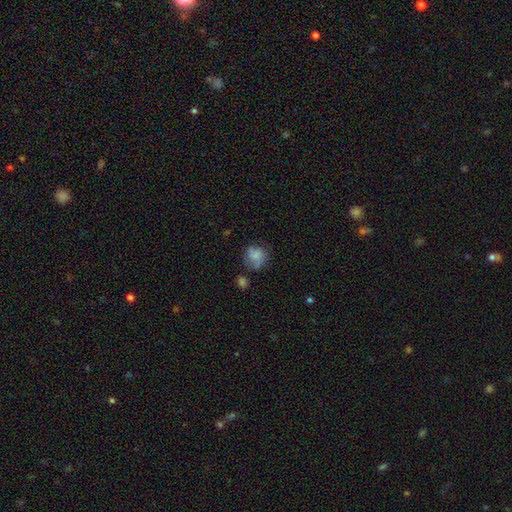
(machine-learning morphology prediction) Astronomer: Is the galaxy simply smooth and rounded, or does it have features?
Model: smooth — 73%.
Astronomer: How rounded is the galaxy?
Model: round — 75%.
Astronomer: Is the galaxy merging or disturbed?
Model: none — 54%.